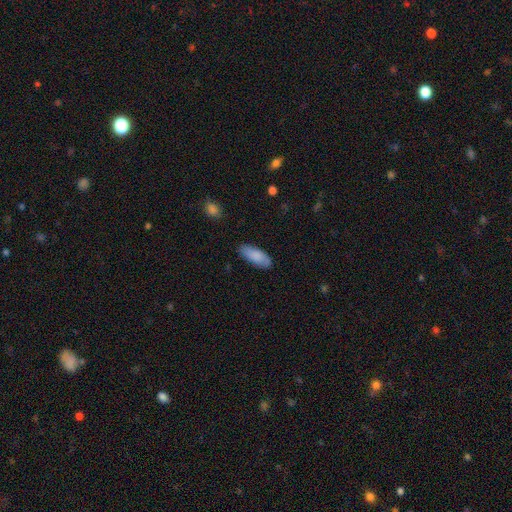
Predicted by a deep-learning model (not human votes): Smooth or featured?
  - smooth: 85% *
  - featured or disk: 9%
  - star or artifact: 6%
How rounded?
  - in between: 77% *
  - cigar-shaped: 21%
  - round: 2%
Merging?
  - none: 83% *
  - minor disturbance: 13%
  - major disturbance: 2%
  - merger: 1%